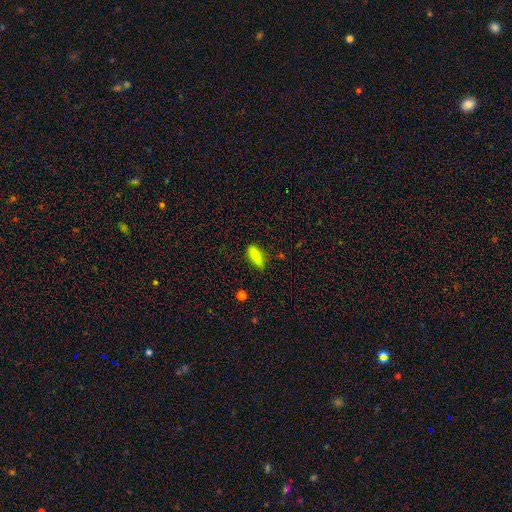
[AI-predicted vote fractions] Q: Smooth or featured?
A: smooth (84%); runner-up: star or artifact (8%)
Q: How rounded?
A: cigar-shaped (52%); runner-up: in between (46%)
Q: Merging?
A: none (75%); runner-up: minor disturbance (19%)